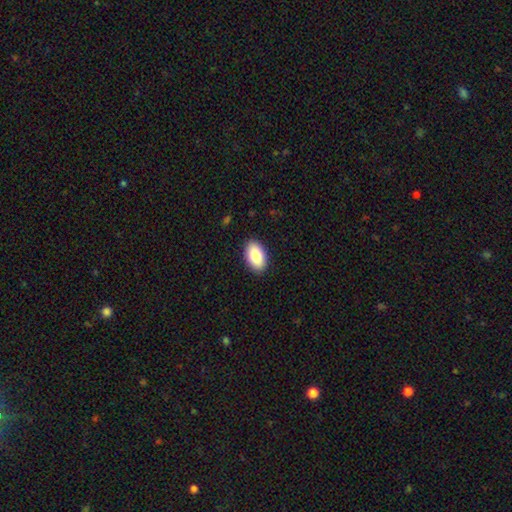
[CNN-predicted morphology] smooth 84%, featured or disk 10%, star or artifact 6%. Down the decision tree: how rounded — in between (94%); merging — none (89%).